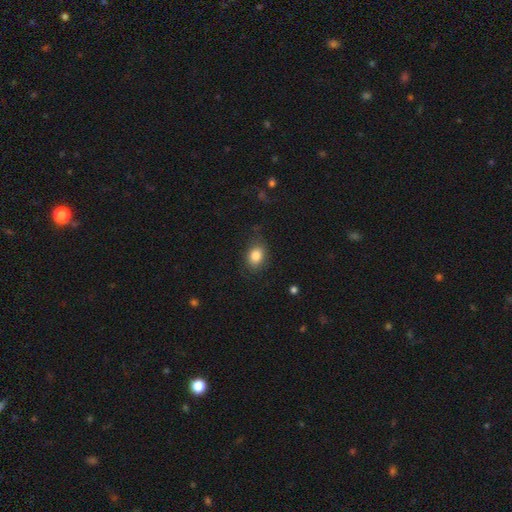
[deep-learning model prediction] This is clearly a smooth galaxy (84%). How rounded: likely in between (69%). Merging: likely none (77%).